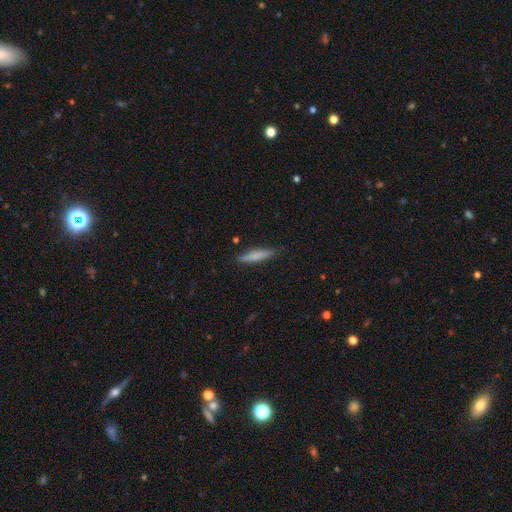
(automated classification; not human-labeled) smooth_or_featured: smooth (p=0.72) [alt: featured or disk p=0.22]
how_rounded: cigar-shaped (p=0.89) [alt: in between p=0.10]
merging: none (p=0.87) [alt: minor disturbance p=0.10]